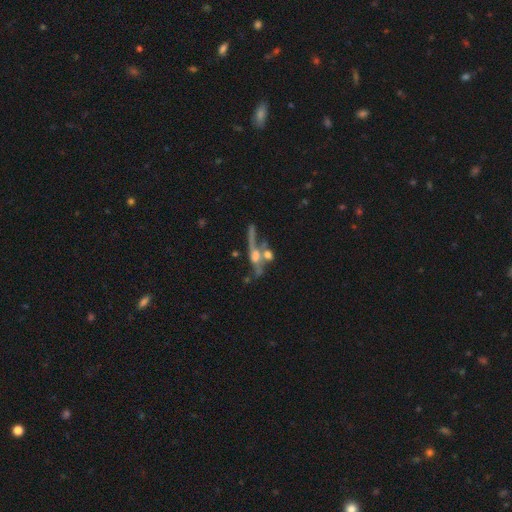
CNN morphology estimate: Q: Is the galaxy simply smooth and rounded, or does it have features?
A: featured or disk — 67%.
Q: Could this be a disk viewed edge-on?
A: yes — 54%.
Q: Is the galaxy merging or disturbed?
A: merger — 37%.